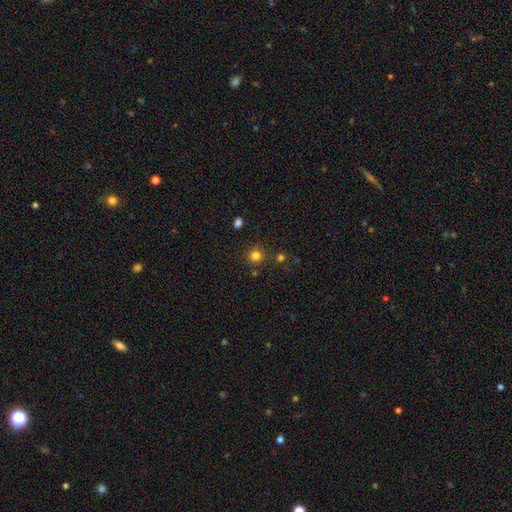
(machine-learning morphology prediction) This is likely a smooth galaxy (80%). How rounded: clearly round (93%). Merging: clearly none (84%).